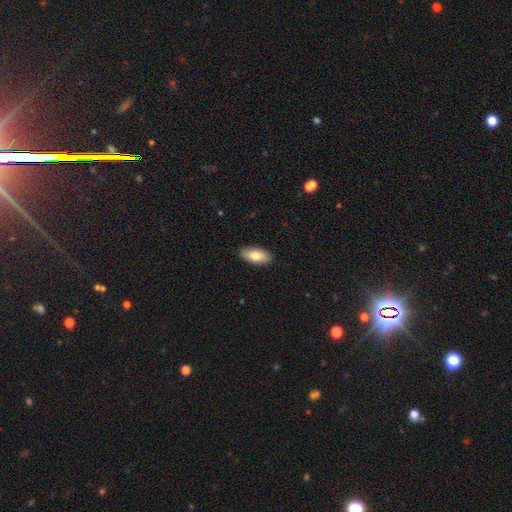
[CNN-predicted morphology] Smooth or featured?
  - smooth: 80% *
  - featured or disk: 14%
  - star or artifact: 6%
How rounded?
  - in between: 90% *
  - cigar-shaped: 7%
  - round: 2%
Merging?
  - none: 89% *
  - minor disturbance: 8%
  - major disturbance: 2%
  - merger: 1%